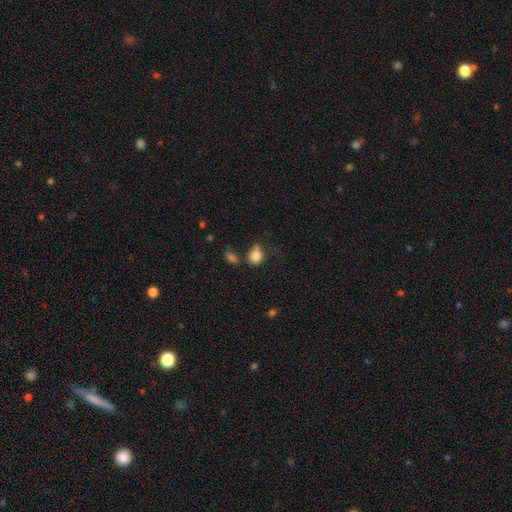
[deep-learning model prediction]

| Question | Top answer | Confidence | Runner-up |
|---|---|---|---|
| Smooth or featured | smooth | 81% | star or artifact (10%) |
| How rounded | round | 65% | in between (34%) |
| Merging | none | 43% | minor disturbance (27%) |